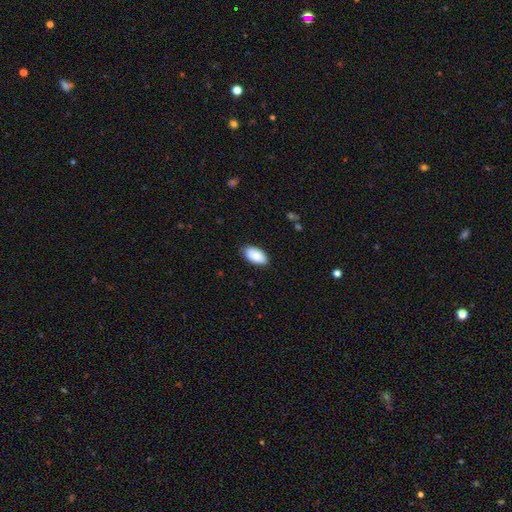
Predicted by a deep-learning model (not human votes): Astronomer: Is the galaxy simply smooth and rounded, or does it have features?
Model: smooth — 88%.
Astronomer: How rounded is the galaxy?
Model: in between — 95%.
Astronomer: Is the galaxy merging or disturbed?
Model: none — 85%.